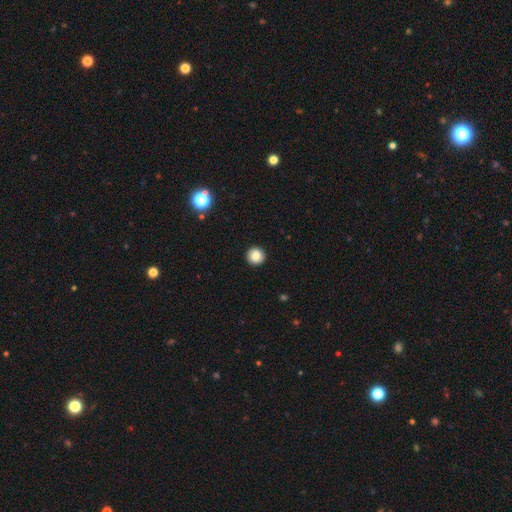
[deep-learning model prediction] Smooth or featured: smooth — 83% (star or artifact — 10%)
How rounded: round — 94% (in between — 5%)
Merging: none — 93% (minor disturbance — 5%)